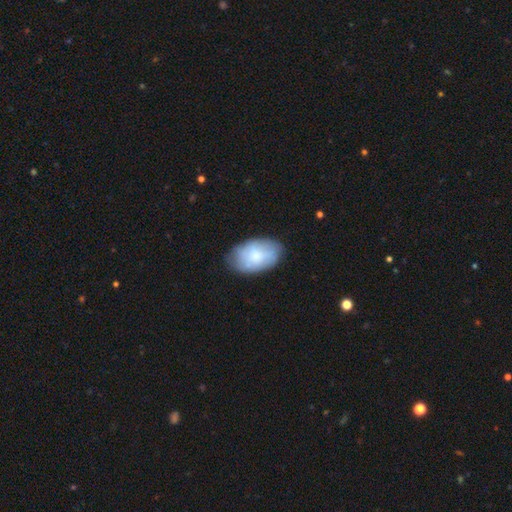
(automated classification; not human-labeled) Smooth or featured?
  - smooth: 72% *
  - featured or disk: 22%
  - star or artifact: 6%
How rounded?
  - in between: 93% *
  - round: 6%
  - cigar-shaped: 1%
Merging?
  - none: 75% *
  - minor disturbance: 19%
  - major disturbance: 5%
  - merger: 1%